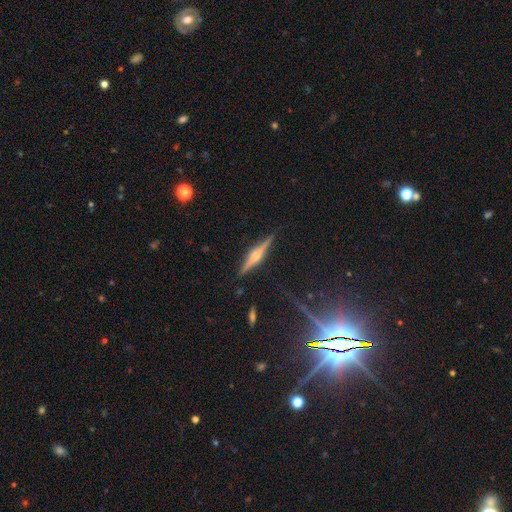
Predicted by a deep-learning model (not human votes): featured or disk 77%, smooth 15%, star or artifact 7%. Down the decision tree: edge-on disk — yes (98%); edge-on bulge — rounded (89%); merging — none (89%).